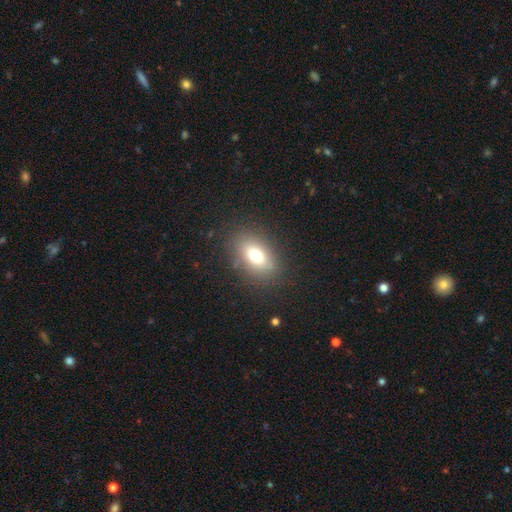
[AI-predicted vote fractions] This appears to be a smooth galaxy with no disk features (75%) that is in between round and cigar-shaped (86%). Merging: none (82%).